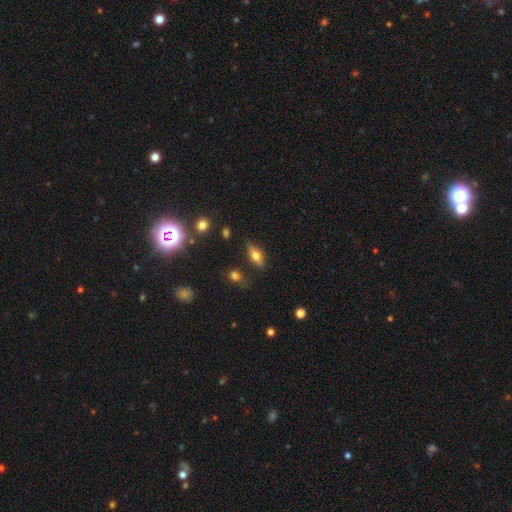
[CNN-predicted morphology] The model was most divided on "smooth or featured": smooth: 51%, featured or disk: 39%, star or artifact: 10%. More confident: merging — none (77%); how rounded — in between (66%).